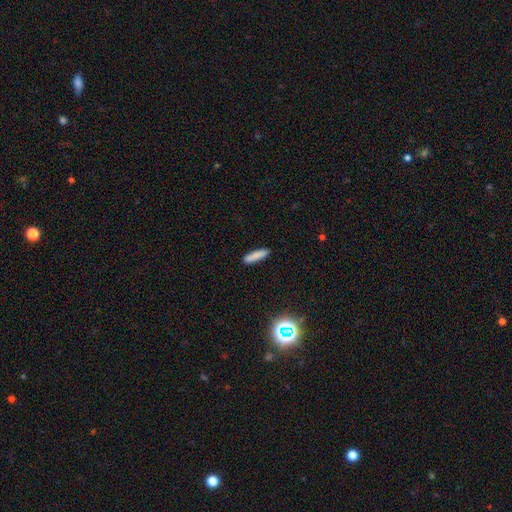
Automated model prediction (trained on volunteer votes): Q: Smooth or featured?
A: smooth (83%); runner-up: star or artifact (9%)
Q: How rounded?
A: cigar-shaped (80%); runner-up: in between (19%)
Q: Merging?
A: none (88%); runner-up: minor disturbance (8%)